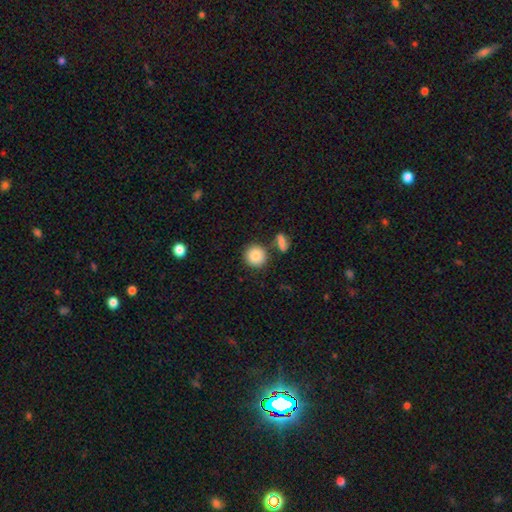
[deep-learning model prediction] Q: Smooth or featured?
A: smooth (85%); runner-up: star or artifact (8%)
Q: How rounded?
A: round (91%); runner-up: in between (8%)
Q: Merging?
A: none (82%); runner-up: merger (8%)